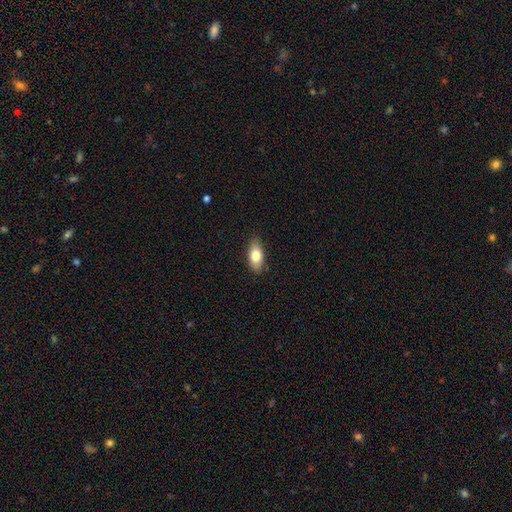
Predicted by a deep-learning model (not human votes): smooth-or-featured: smooth: 77% | featured or disk: 16% | star or artifact: 7%
  how-rounded: in between: 86% | cigar-shaped: 10% | round: 5%
  merging: none: 86% | minor disturbance: 11% | major disturbance: 2% | merger: 1%